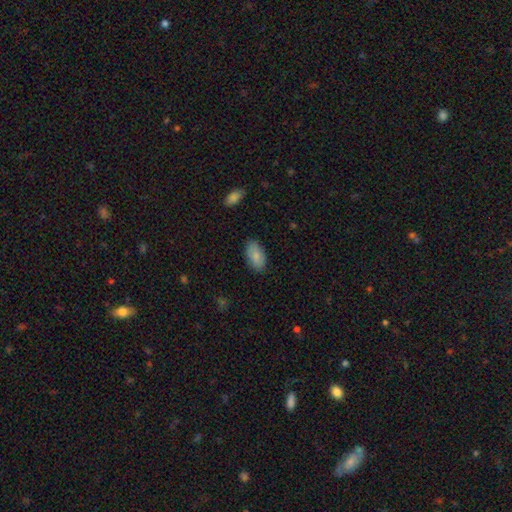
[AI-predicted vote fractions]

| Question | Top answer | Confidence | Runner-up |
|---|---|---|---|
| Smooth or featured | smooth | 82% | featured or disk (12%) |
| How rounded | in between | 94% | round (3%) |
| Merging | none | 85% | minor disturbance (12%) |